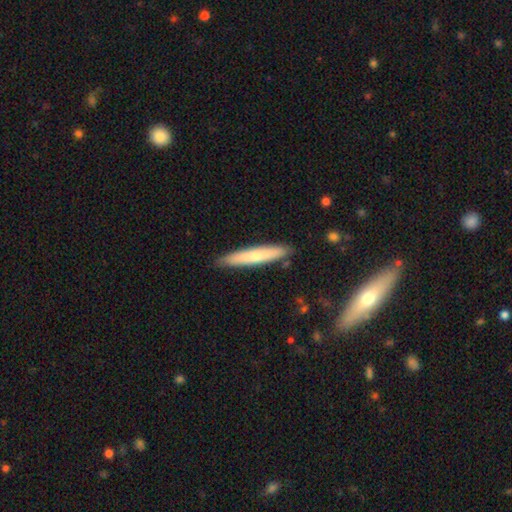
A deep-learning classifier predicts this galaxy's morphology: Overall: smooth (63%; featured or disk 32%). How rounded: cigar-shaped (92%). Merging: none (87%).